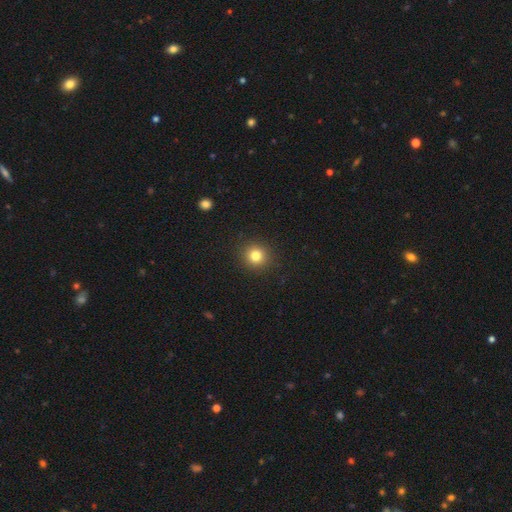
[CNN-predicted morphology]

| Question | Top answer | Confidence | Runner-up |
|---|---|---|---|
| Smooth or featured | smooth | 81% | star or artifact (13%) |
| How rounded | round | 91% | in between (8%) |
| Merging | none | 91% | minor disturbance (5%) |